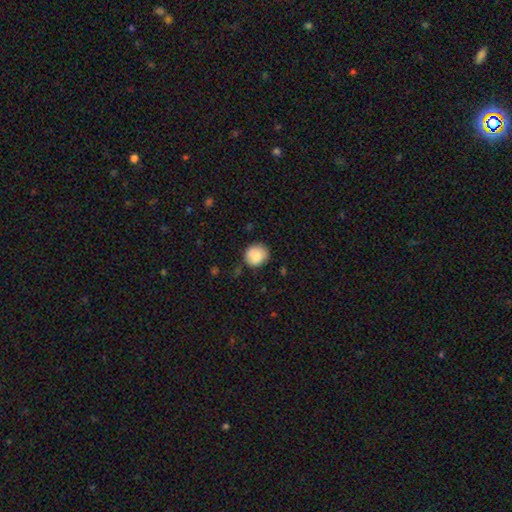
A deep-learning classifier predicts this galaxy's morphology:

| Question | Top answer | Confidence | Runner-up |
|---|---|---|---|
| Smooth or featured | smooth | 84% | featured or disk (8%) |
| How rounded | round | 86% | in between (13%) |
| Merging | none | 79% | minor disturbance (16%) |